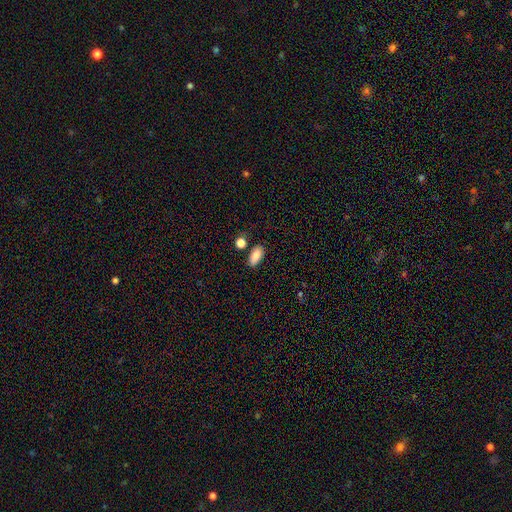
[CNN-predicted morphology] Smooth or featured? smooth (86%)
How rounded? in between (89%)
Merging? none (78%)